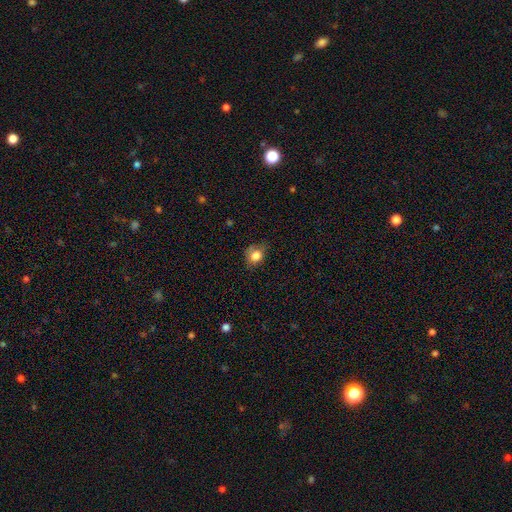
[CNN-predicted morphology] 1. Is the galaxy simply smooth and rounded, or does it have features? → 81% smooth, 10% star or artifact, 9% featured or disk.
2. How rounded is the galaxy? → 58% round, 41% in between, 1% cigar-shaped.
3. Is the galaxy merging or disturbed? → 56% none, 32% minor disturbance, 10% major disturbance, 2% merger.